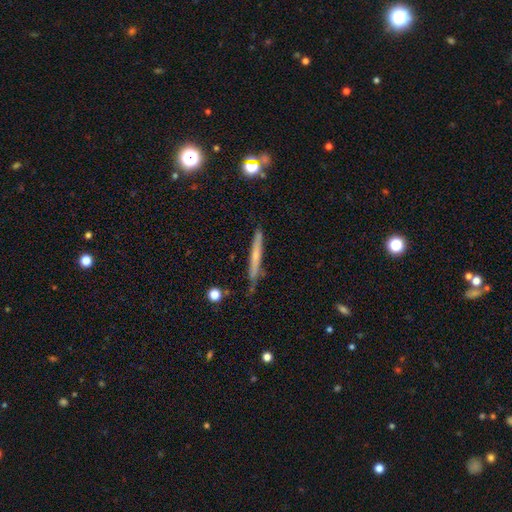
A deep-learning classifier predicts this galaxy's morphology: smooth 48%, featured or disk 44%, star or artifact 7%. Down the decision tree: merging — none (81%).